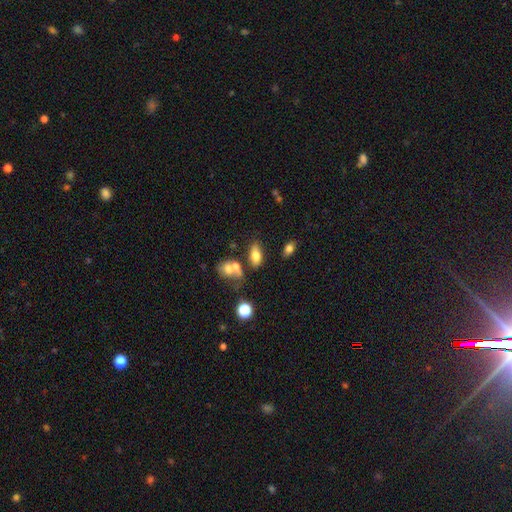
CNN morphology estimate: smooth_or_featured: smooth (p=0.72) [alt: featured or disk p=0.17]
how_rounded: in between (p=0.85) [alt: cigar-shaped p=0.10]
merging: none (p=0.62) [alt: merger p=0.19]